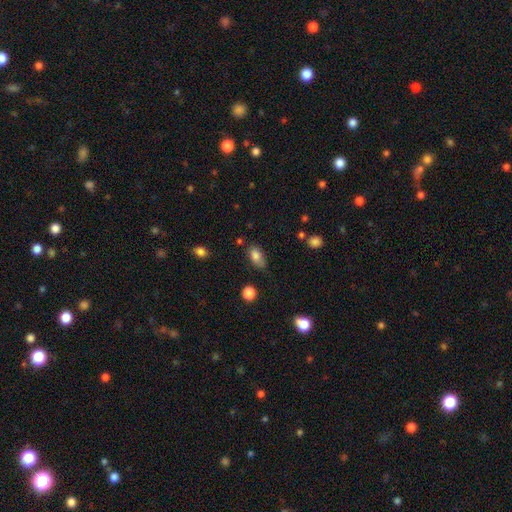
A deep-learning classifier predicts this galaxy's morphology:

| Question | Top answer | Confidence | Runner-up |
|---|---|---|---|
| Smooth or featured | smooth | 82% | featured or disk (9%) |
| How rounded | in between | 88% | round (9%) |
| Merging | none | 56% | minor disturbance (32%) |